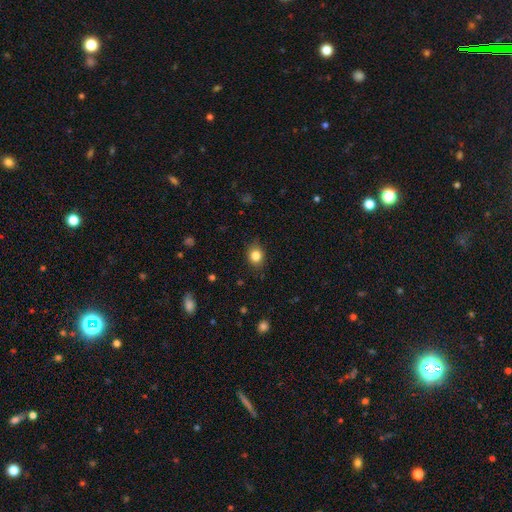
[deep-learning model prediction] Smooth or featured: smooth — 84% (star or artifact — 10%)
How rounded: round — 58% (in between — 41%)
Merging: none — 82% (minor disturbance — 14%)